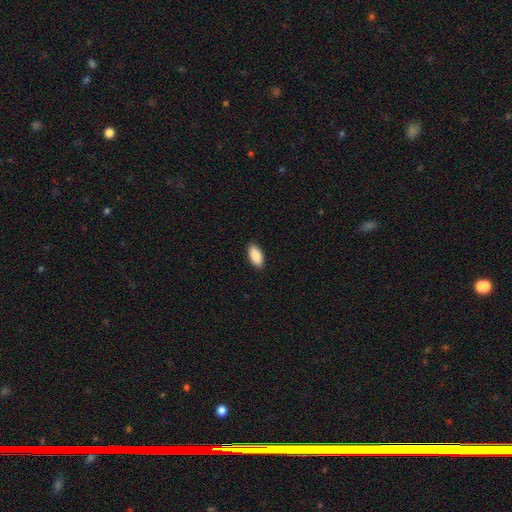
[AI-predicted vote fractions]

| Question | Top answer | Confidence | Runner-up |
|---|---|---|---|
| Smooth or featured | smooth | 90% | star or artifact (6%) |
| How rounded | in between | 92% | cigar-shaped (6%) |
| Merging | none | 90% | minor disturbance (7%) |